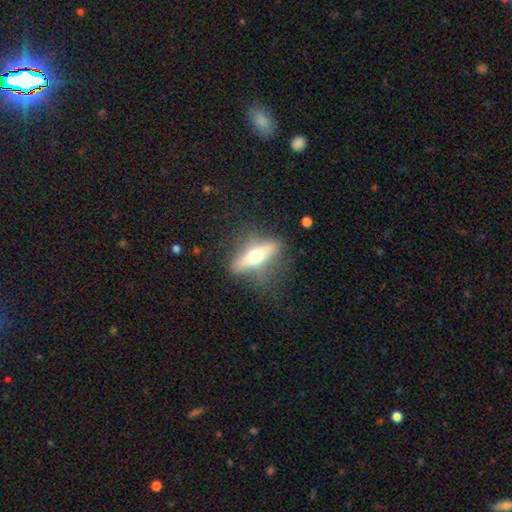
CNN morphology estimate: Smooth or featured? featured or disk (52%)
Edge-on disk? yes (76%)
Merging? none (77%)